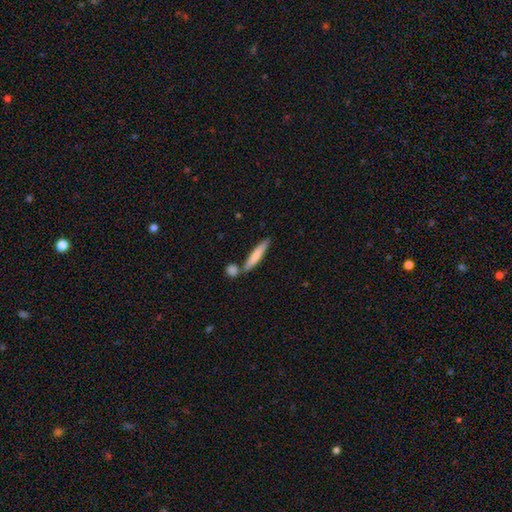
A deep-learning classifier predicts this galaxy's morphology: Q: Smooth or featured?
A: smooth (72%); runner-up: featured or disk (22%)
Q: How rounded?
A: cigar-shaped (91%); runner-up: in between (8%)
Q: Merging?
A: none (71%); runner-up: merger (15%)